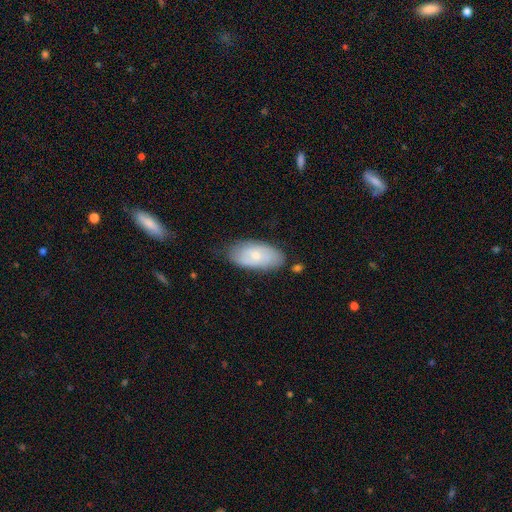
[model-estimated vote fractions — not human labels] A smooth galaxy with no disk features (59%) that is in between round and cigar-shaped (93%). Merging: none (73%).